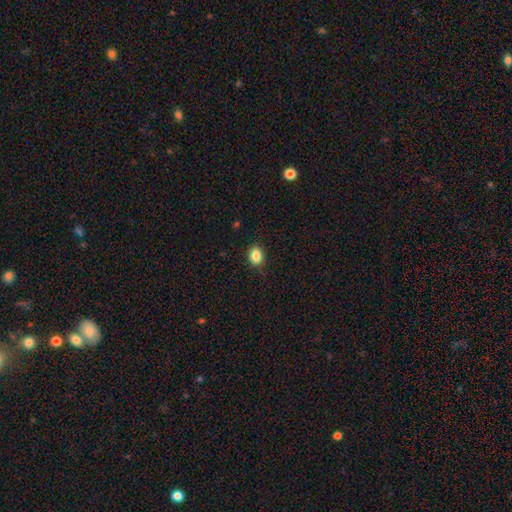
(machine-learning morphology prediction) Smooth or featured?
  - smooth: 86% *
  - star or artifact: 9%
  - featured or disk: 4%
How rounded?
  - in between: 65% *
  - round: 34%
  - cigar-shaped: 1%
Merging?
  - none: 86% *
  - minor disturbance: 11%
  - major disturbance: 2%
  - merger: 1%